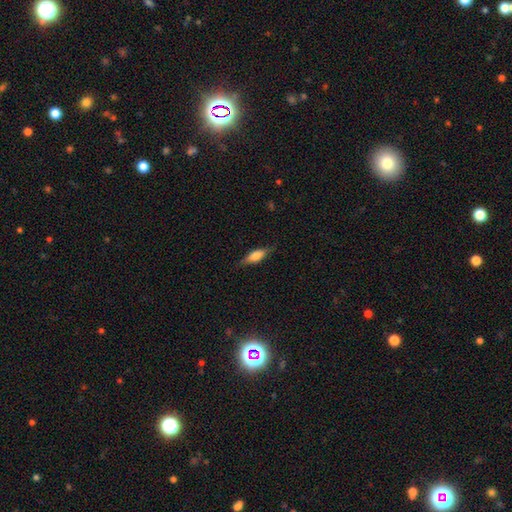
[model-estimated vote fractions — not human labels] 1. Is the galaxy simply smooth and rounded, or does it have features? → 69% smooth, 24% featured or disk, 7% star or artifact.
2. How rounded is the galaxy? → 61% in between, 37% cigar-shaped, 3% round.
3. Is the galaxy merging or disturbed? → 80% none, 16% minor disturbance, 3% major disturbance, 1% merger.